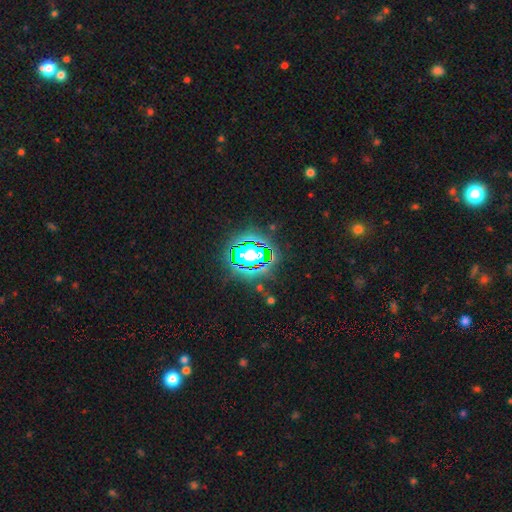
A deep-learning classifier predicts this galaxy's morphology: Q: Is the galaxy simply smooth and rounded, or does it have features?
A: star or artifact — 69%.